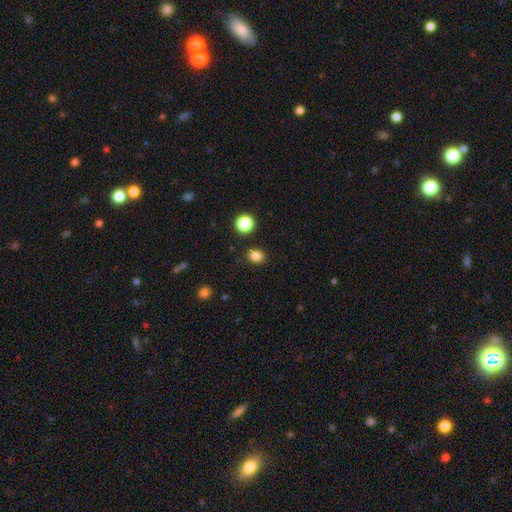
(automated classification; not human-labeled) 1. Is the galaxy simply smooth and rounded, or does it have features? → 84% smooth, 12% star or artifact, 4% featured or disk.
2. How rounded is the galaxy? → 53% round, 46% in between, 1% cigar-shaped.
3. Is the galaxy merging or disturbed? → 88% none, 8% minor disturbance, 3% merger, 2% major disturbance.